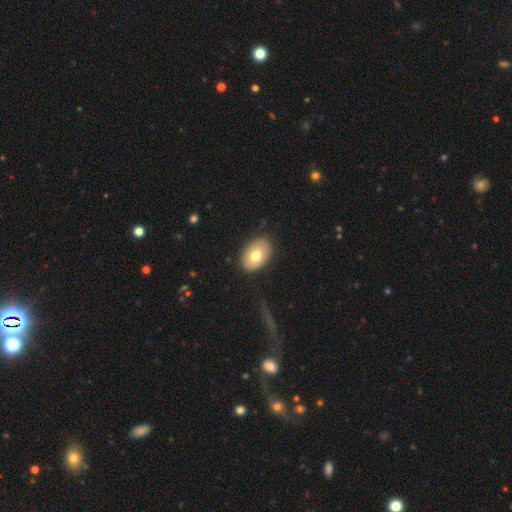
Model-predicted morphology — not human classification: Smooth or featured? smooth (74%)
How rounded? in between (85%)
Merging? none (85%)